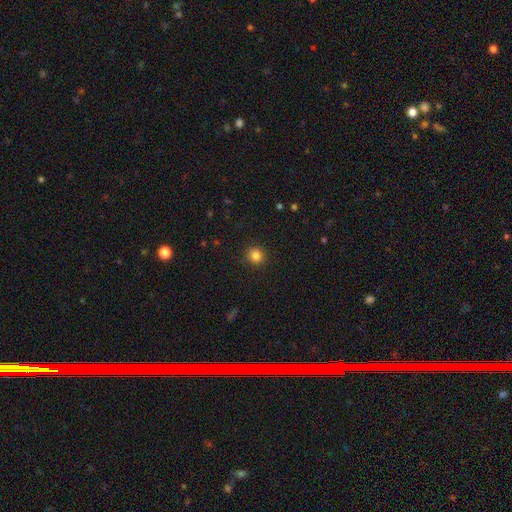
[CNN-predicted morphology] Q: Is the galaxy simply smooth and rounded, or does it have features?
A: smooth — 83%.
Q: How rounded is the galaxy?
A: round — 93%.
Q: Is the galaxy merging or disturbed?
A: none — 90%.